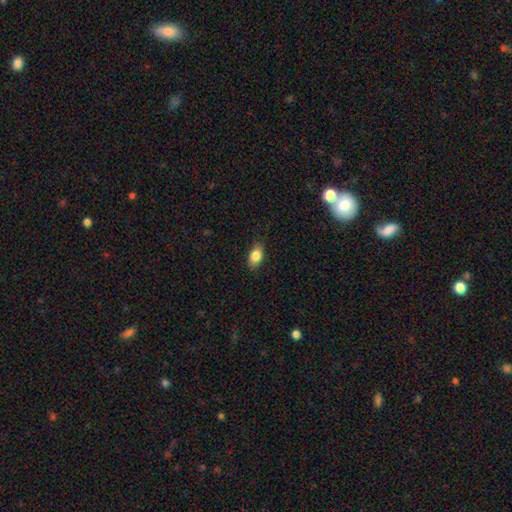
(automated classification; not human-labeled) smooth-or-featured: smooth: 84% | star or artifact: 8% | featured or disk: 8%
  how-rounded: in between: 86% | round: 11% | cigar-shaped: 3%
  merging: none: 83% | minor disturbance: 13% | major disturbance: 3% | merger: 1%